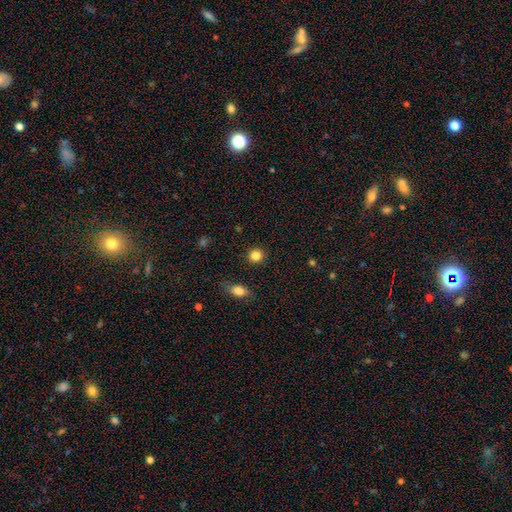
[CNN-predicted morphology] Smooth or featured? smooth (85%)
How rounded? round (89%)
Merging? none (91%)